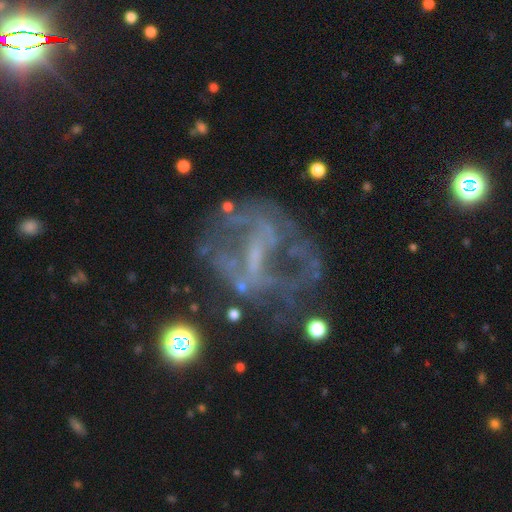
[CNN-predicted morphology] Smooth or featured: featured or disk — 70% (star or artifact — 19%)
Edge-on disk: no — 96% (yes — 4%)
Bar: no — 36% (weak — 34%)
Spiral arms: no — 55% (yes — 45%)
Bulge size: none — 51% (small — 36%)
Merging: none — 51% (major disturbance — 28%)